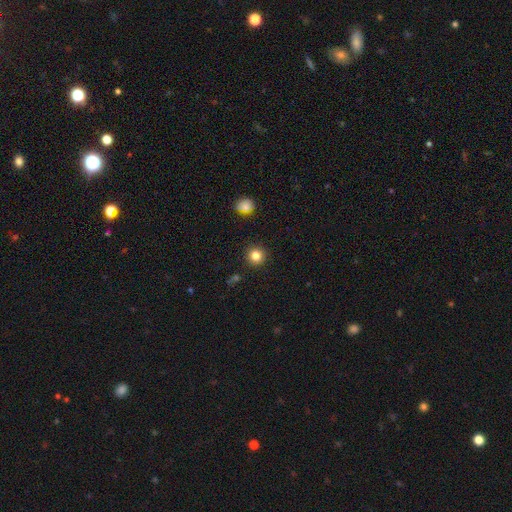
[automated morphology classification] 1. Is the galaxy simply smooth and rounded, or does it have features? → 83% smooth, 12% star or artifact, 5% featured or disk.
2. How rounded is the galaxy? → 94% round, 5% in between, 1% cigar-shaped.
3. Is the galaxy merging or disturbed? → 92% none, 5% minor disturbance, 2% major disturbance, 2% merger.